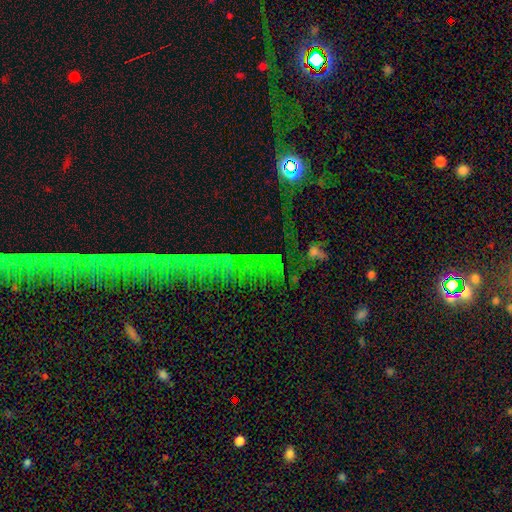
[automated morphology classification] Smooth or featured? star or artifact (70%)